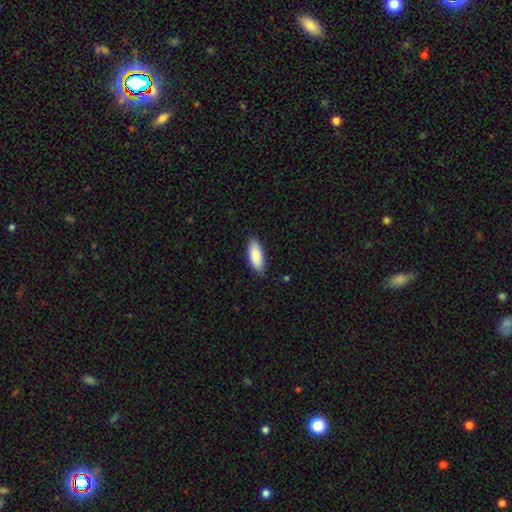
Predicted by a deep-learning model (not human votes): Smooth or featured: smooth — 88% (featured or disk — 6%)
How rounded: in between — 76% (cigar-shaped — 22%)
Merging: none — 88% (minor disturbance — 9%)